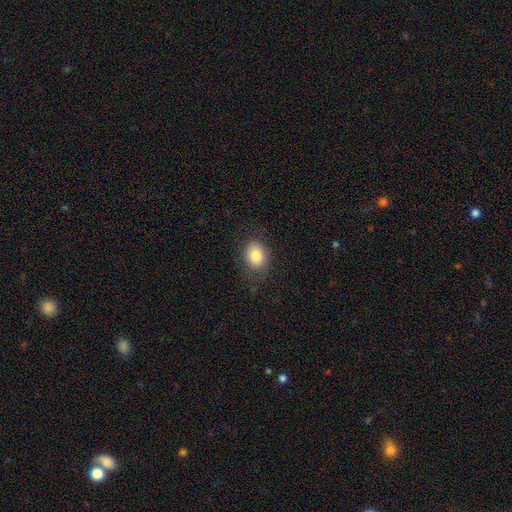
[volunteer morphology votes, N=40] Overall: smooth (72%). How rounded: in between (59%; round 41%). Merging: none (92%).